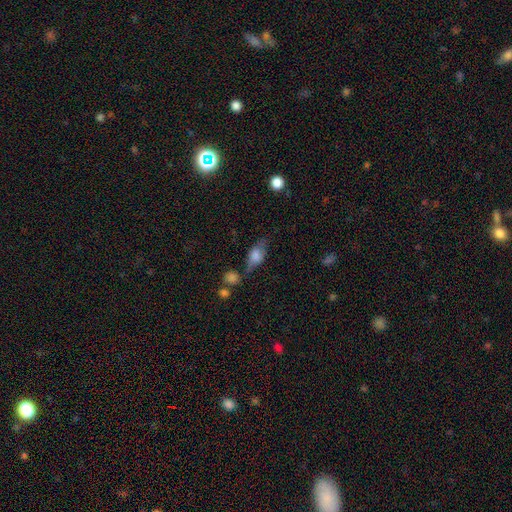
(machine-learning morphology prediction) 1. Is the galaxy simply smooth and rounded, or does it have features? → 65% smooth, 26% featured or disk, 9% star or artifact.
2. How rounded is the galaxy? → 79% in between, 12% cigar-shaped, 8% round.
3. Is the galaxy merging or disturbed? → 55% none, 24% minor disturbance, 11% major disturbance, 11% merger.